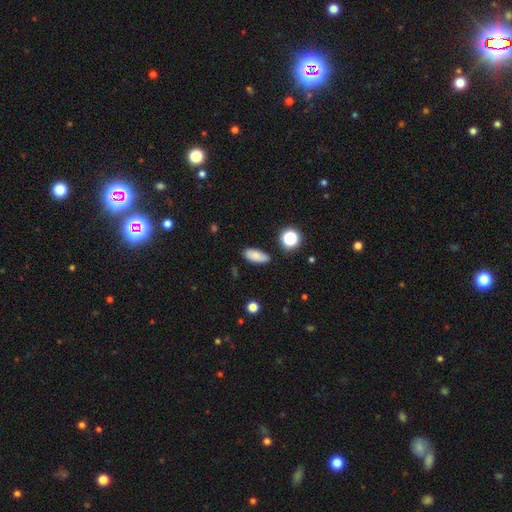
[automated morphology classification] This is likely a smooth galaxy (78%). How rounded: clearly in between (83%). Merging: clearly none (81%).